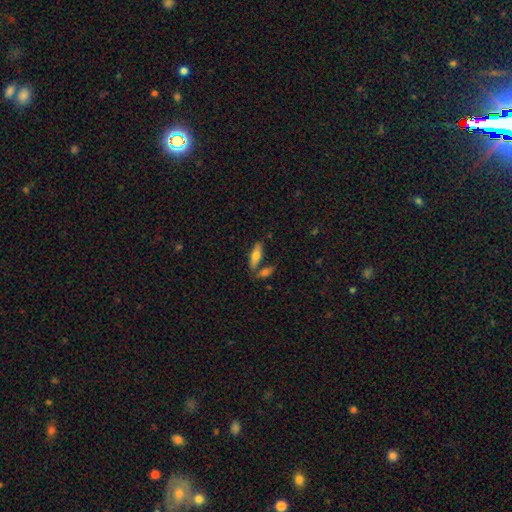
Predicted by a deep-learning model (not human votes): Smooth or featured? Predicted: smooth (p=0.67). How rounded? Predicted: in between (p=0.60). Merging? Predicted: none (p=0.64).